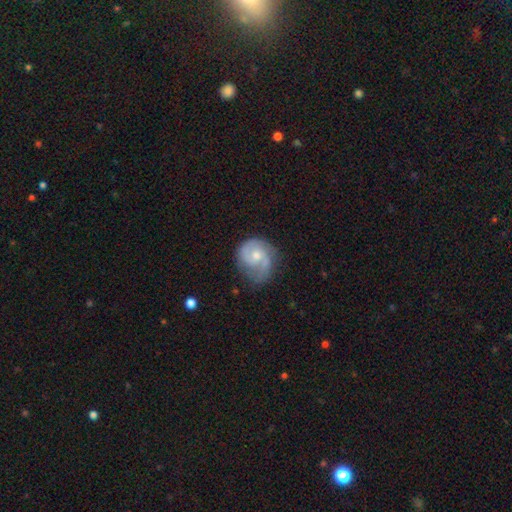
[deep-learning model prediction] Smooth or featured: featured or disk — 73% (smooth — 21%)
Edge-on disk: no — 98% (yes — 2%)
Bar: no — 65% (weak — 31%)
Spiral arms: yes — 92% (no — 8%)
Spiral winding: medium — 47% (tight — 34%)
Spiral arm count: 2 — 71% (can't tell — 11%)
Bulge size: moderate — 50% (small — 45%)
Merging: none — 56% (minor disturbance — 28%)